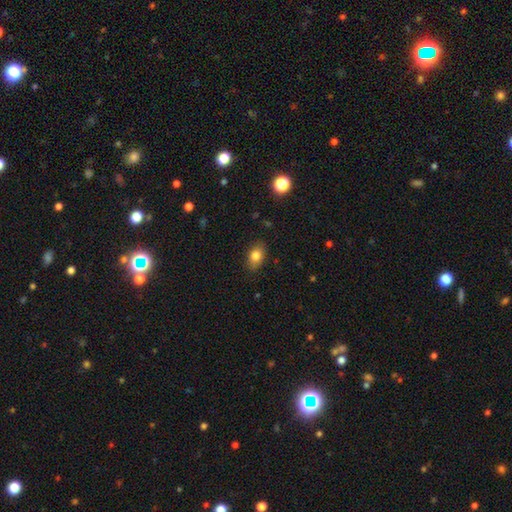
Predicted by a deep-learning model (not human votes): smooth 82%, featured or disk 9%, star or artifact 9%. Down the decision tree: how rounded — in between (84%); merging — none (85%).